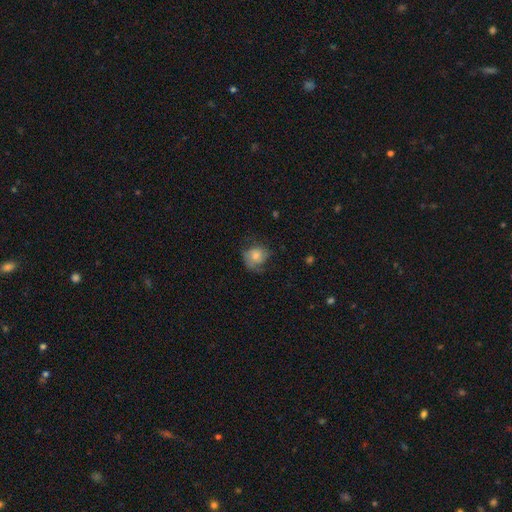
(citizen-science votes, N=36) Smooth or featured?
  - featured or disk: 50% *
  - smooth: 47%
  - star or artifact: 3%
Edge-on disk?
  - no: 94% *
  - yes: 6%
Bar?
  - no: 82% *
  - weak: 18%
  - strong: 0%
Spiral arms?
  - yes: 82% *
  - no: 18%
Spiral winding?
  - loose: 43% *
  - tight: 29%
  - medium: 29%
Spiral arm count?
  - 1: 57% *
  - 2: 29%
  - can't tell: 14%
  - 3: 0%
  - 4: 0%
  - more than 4: 0%
Bulge size?
  - moderate: 41% *
  - small: 29%
  - large: 18%
  - none: 12%
  - dominant: 0%
Merging?
  - none: 54% *
  - minor disturbance: 26%
  - major disturbance: 20%
  - merger: 0%